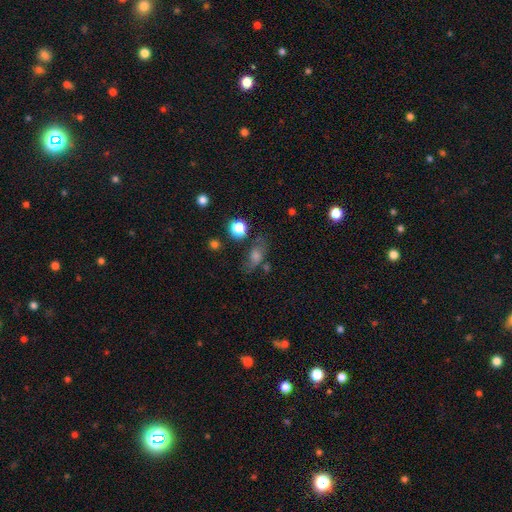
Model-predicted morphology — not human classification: Smooth or featured? Predicted: smooth (p=0.54). How rounded? Predicted: in between (p=0.62). Merging? Predicted: none (p=0.63).